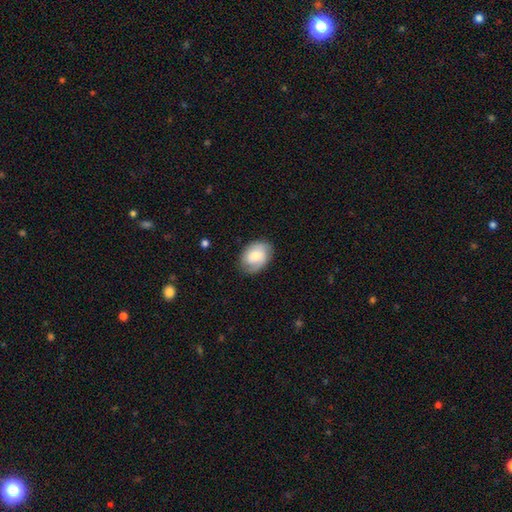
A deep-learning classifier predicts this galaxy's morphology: type=smooth (58%); roundness=in between (71%); merging=none (78%).